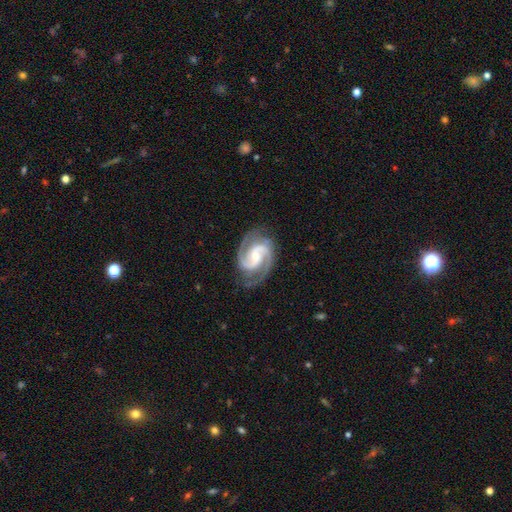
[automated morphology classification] A featured or disk galaxy (93%) with a weak bar (46%), 2 (87%) medium (60%) spiral arms (99%) and a small central bulge (49%). Merging: none (78%).